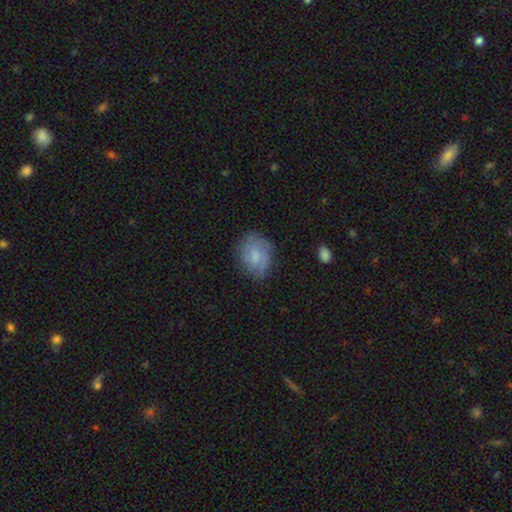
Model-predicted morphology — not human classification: type=smooth (52%); roundness=in between (56%); merging=none (71%).